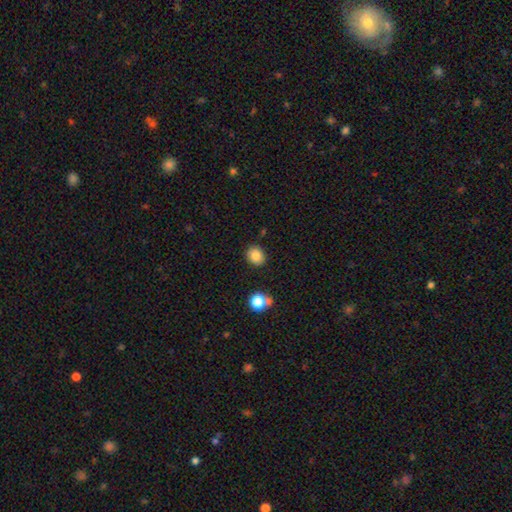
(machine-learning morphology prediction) Smooth or featured? Predicted: smooth (p=0.85). How rounded? Predicted: round (p=0.63). Merging? Predicted: none (p=0.85).